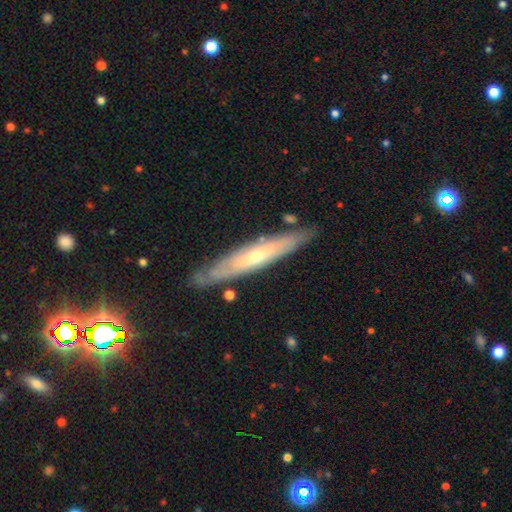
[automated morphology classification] Smooth or featured? Predicted: featured or disk (p=0.64). Edge-on disk? Predicted: yes (p=0.68). Merging? Predicted: none (p=0.80).